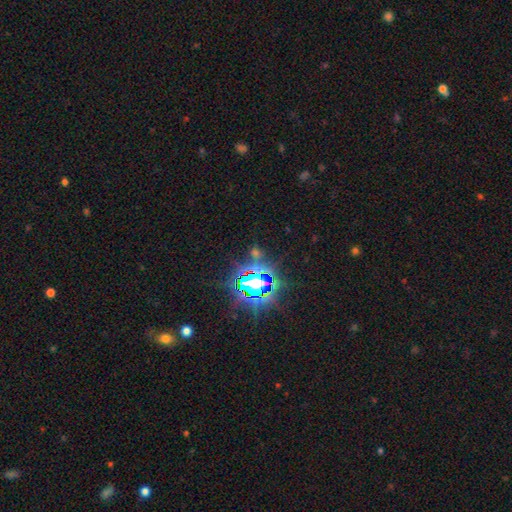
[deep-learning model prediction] Overall: star or artifact (77%).